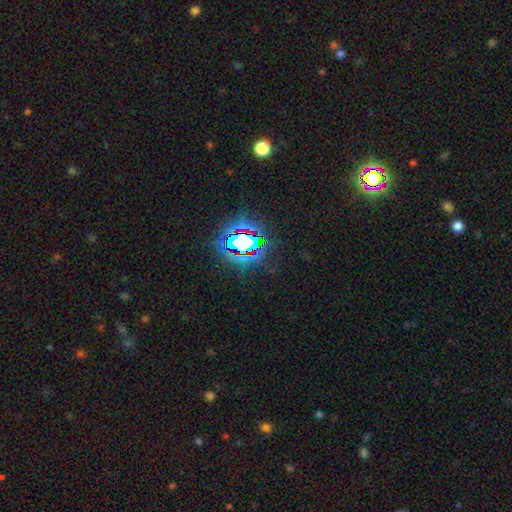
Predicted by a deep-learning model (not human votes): Smooth or featured?
  - star or artifact: 80% *
  - smooth: 13%
  - featured or disk: 8%